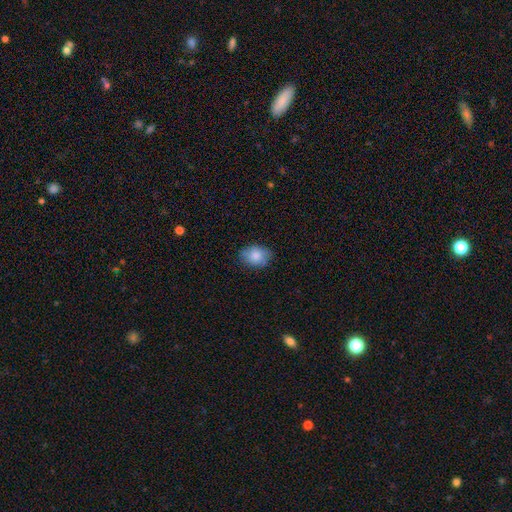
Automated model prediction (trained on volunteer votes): A smooth galaxy with no disk features (85%) that is in between round and cigar-shaped (63%). Merging: none (82%).